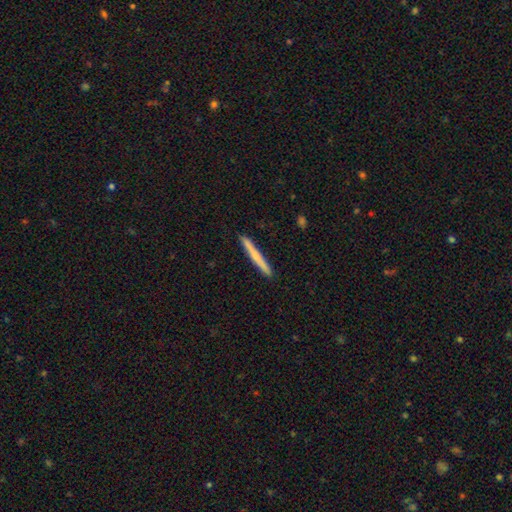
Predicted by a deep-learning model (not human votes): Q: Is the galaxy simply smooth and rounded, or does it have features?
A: smooth — 59%.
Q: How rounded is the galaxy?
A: cigar-shaped — 97%.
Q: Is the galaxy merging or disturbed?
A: none — 92%.